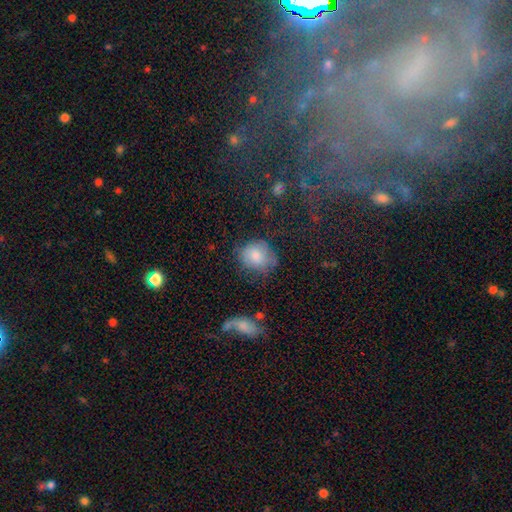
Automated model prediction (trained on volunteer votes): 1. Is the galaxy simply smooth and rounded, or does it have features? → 77% smooth, 14% featured or disk, 9% star or artifact.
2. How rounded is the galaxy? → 65% round, 34% in between, 1% cigar-shaped.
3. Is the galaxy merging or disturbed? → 55% none, 29% minor disturbance, 13% major disturbance, 3% merger.